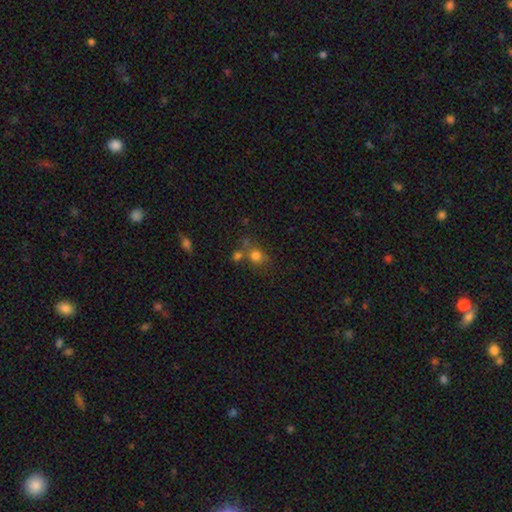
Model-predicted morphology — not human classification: smooth-or-featured: smooth: 76% | star or artifact: 14% | featured or disk: 10%
  how-rounded: round: 71% | in between: 28% | cigar-shaped: 1%
  merging: none: 50% | merger: 28% | minor disturbance: 14% | major disturbance: 8%